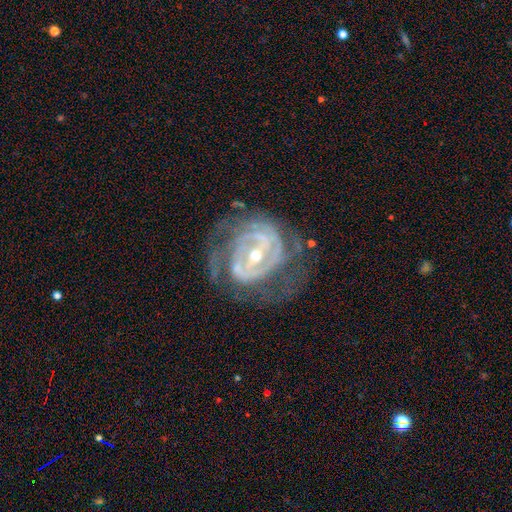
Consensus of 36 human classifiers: This appears to be a featured or disk galaxy (94%) with a strong bar (52%), 2 (39%) tight (70%) spiral arms (100%) and a small central bulge (64%). Merging: none (58%).